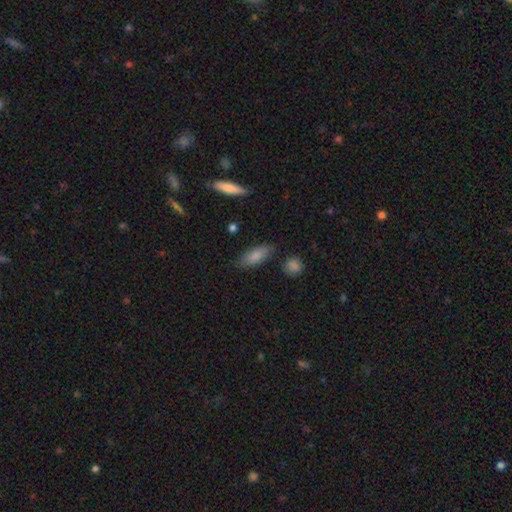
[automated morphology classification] A smooth galaxy with no disk features (84%) that is in between round and cigar-shaped (74%).

Vote fractions:
- Smooth or featured? smooth: 84% / featured or disk: 10% / star or artifact: 7%
- How rounded? in between: 74% / cigar-shaped: 24% / round: 2%
- Merging? none: 81% / minor disturbance: 13% / major disturbance: 3% / merger: 3%